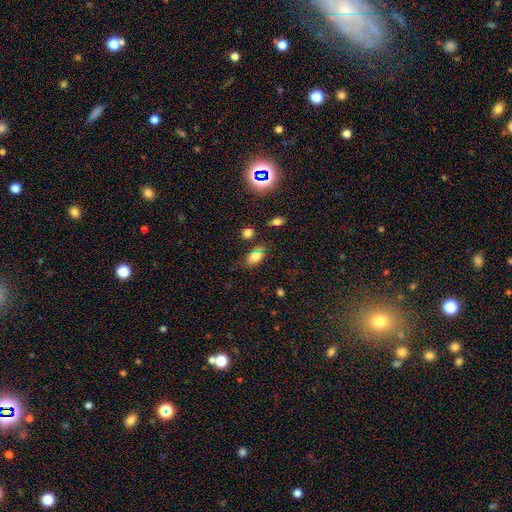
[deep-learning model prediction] A smooth galaxy with no disk features (74%) that is in between round and cigar-shaped (85%).

Vote fractions:
- Smooth or featured? smooth: 74% / star or artifact: 14% / featured or disk: 11%
- How rounded? in between: 85% / round: 12% / cigar-shaped: 4%
- Merging? none: 74% / minor disturbance: 16% / merger: 6% / major disturbance: 4%